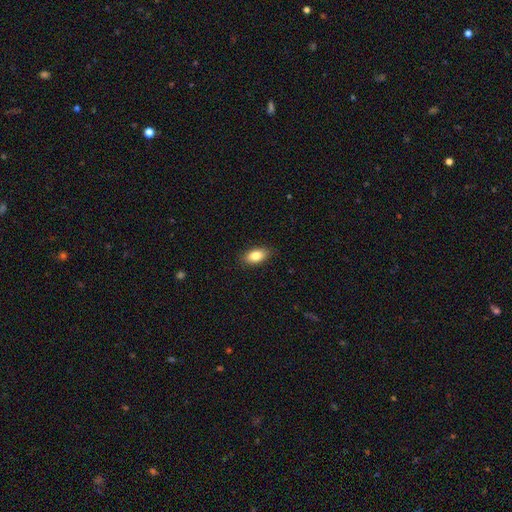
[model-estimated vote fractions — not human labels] Smooth or featured: smooth — 84% (featured or disk — 8%)
How rounded: in between — 90% (round — 6%)
Merging: none — 87% (minor disturbance — 10%)